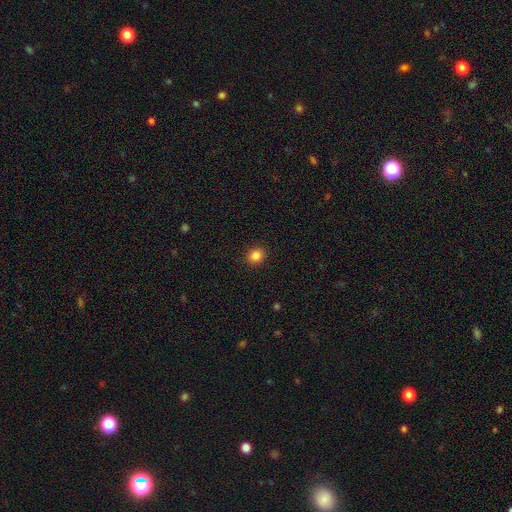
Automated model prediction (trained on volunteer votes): Smooth or featured? Predicted: smooth (p=0.85). How rounded? Predicted: round (p=0.78). Merging? Predicted: none (p=0.91).